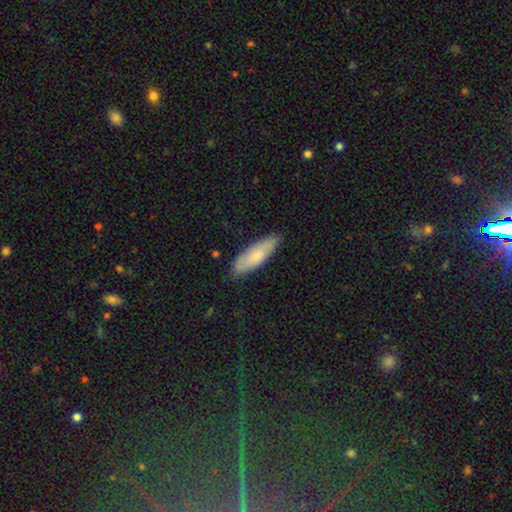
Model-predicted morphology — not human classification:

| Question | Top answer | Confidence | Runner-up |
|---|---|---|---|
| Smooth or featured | smooth | 69% | featured or disk (26%) |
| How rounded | in between | 52% | cigar-shaped (46%) |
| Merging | none | 80% | minor disturbance (16%) |